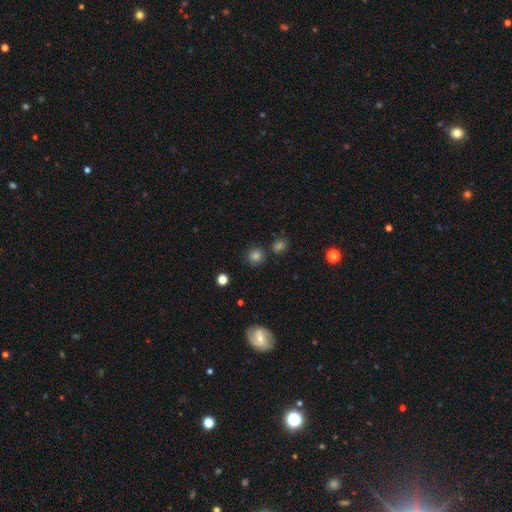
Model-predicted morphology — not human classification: A smooth galaxy with no disk features (79%) that is round (92%).

Vote fractions:
- Smooth or featured? smooth: 79% / star or artifact: 15% / featured or disk: 6%
- How rounded? round: 92% / in between: 7% / cigar-shaped: 1%
- Merging? none: 84% / minor disturbance: 8% / merger: 5% / major disturbance: 3%